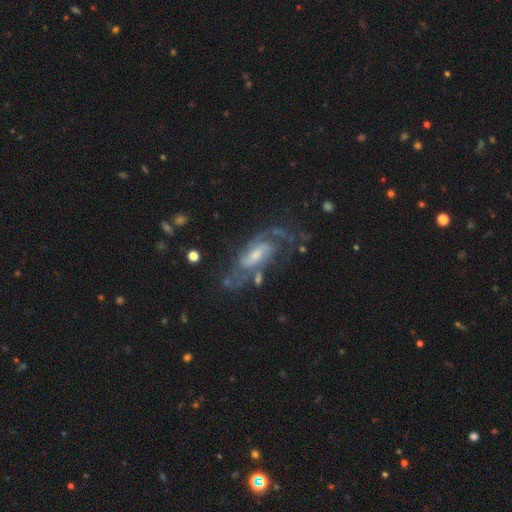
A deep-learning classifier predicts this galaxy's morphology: This appears to be a featured or disk galaxy (88%) with a weak bar (50%), 2 (73%) medium (51%) spiral arms (97%) and a moderate central bulge (44%). Merging: none (66%).